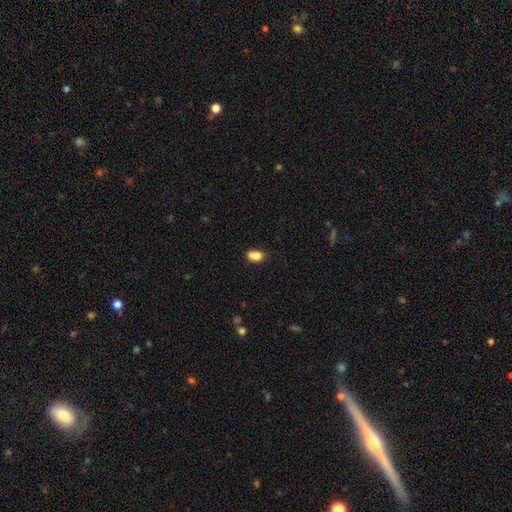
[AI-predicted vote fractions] Smooth or featured: smooth — 78% (featured or disk — 12%)
How rounded: in between — 76% (round — 21%)
Merging: none — 40% (merger — 33%)